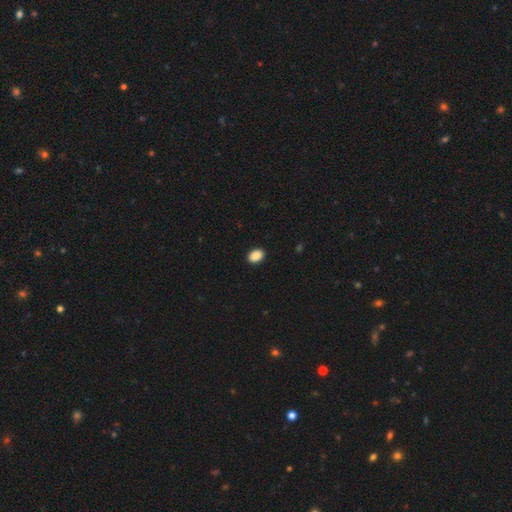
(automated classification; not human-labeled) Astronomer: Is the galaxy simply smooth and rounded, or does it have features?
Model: smooth — 90%.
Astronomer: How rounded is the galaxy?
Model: in between — 78%.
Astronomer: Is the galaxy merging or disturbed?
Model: none — 91%.